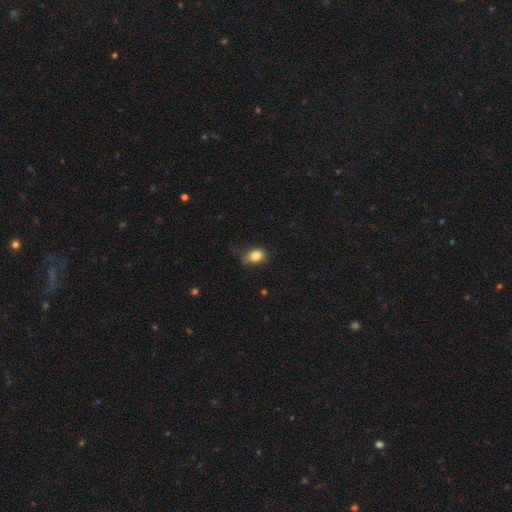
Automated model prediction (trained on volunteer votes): Smooth or featured? smooth (82%)
How rounded? in between (64%)
Merging? none (55%)